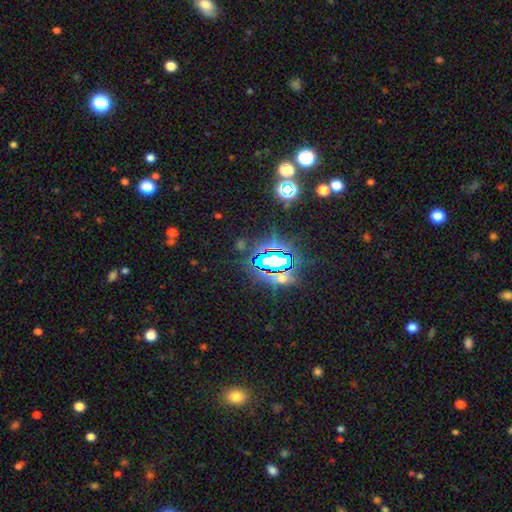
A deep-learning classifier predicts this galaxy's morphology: This appears to be a star or artifact, not a galaxy (82%).